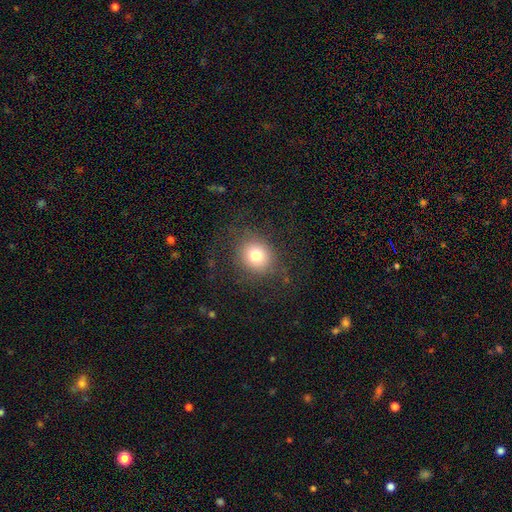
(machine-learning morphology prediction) A smooth galaxy with no disk features (76%) that is round (79%).

Vote fractions:
- Smooth or featured? smooth: 76% / star or artifact: 13% / featured or disk: 11%
- How rounded? round: 79% / in between: 20% / cigar-shaped: 1%
- Merging? none: 78% / minor disturbance: 13% / major disturbance: 8% / merger: 1%